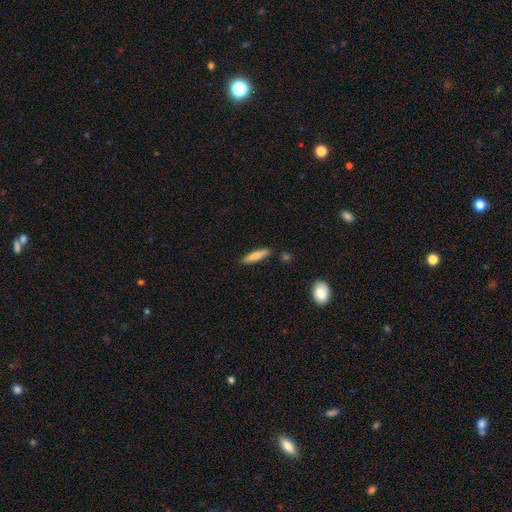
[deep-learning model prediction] Morphology: type=smooth (76%); roundness=cigar-shaped (81%); merging=none (87%).